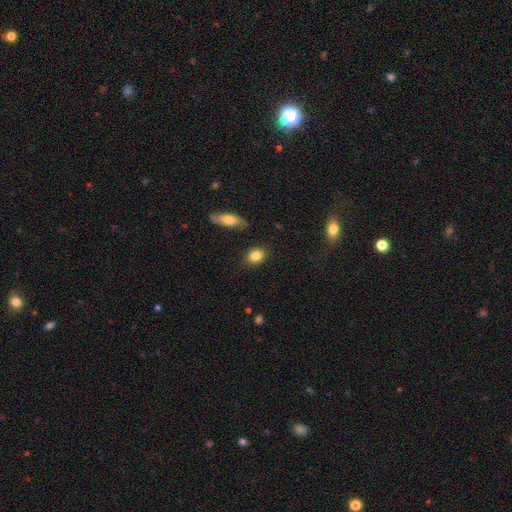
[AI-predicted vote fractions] A smooth galaxy with no disk features (85%) that is in between round and cigar-shaped (63%).

Vote fractions:
- Smooth or featured? smooth: 85% / star or artifact: 8% / featured or disk: 7%
- How rounded? in between: 63% / round: 35% / cigar-shaped: 2%
- Merging? none: 84% / minor disturbance: 11% / major disturbance: 3% / merger: 2%